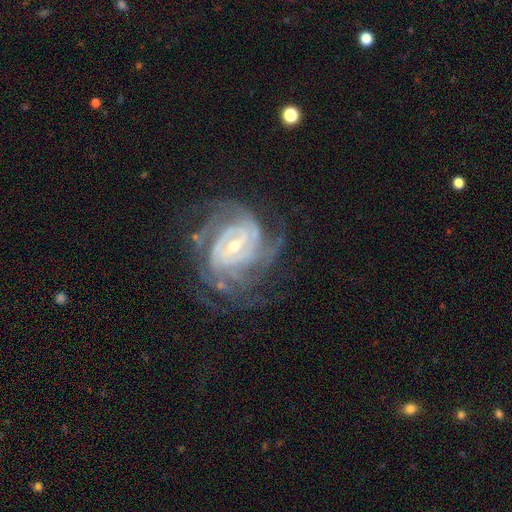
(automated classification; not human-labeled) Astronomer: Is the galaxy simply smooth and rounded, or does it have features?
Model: featured or disk — 87%.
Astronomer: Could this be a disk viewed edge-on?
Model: no — 97%.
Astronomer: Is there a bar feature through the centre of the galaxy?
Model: weak — 41% (runner-up: no, 34%).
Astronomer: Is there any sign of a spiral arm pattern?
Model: yes — 97%.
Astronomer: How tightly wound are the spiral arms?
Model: tight — 67%.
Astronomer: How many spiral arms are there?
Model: can't tell — 26% (runner-up: 4, 19%).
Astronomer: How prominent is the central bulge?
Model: small — 67%.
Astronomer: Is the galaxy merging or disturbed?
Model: none — 70%.